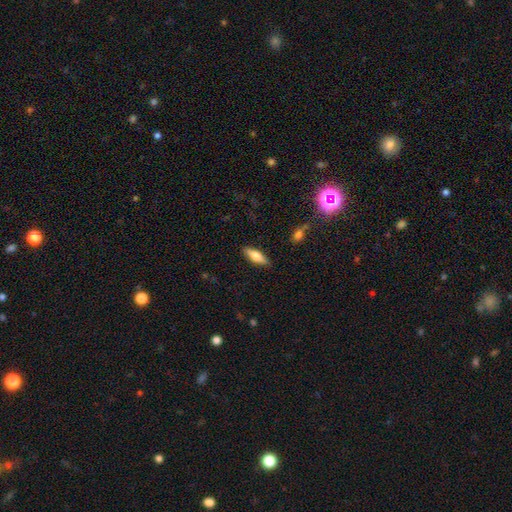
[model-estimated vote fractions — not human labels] smooth 68%, featured or disk 26%, star or artifact 6%. Down the decision tree: how rounded — in between (51%); merging — none (88%).